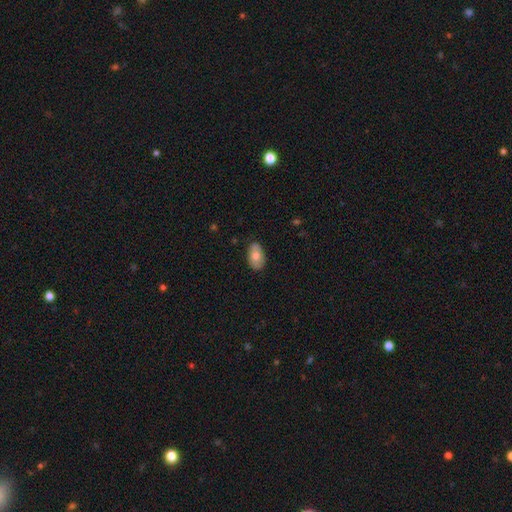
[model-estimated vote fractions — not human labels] Morphology: type=smooth (72%); roundness=in between (92%); merging=none (82%).